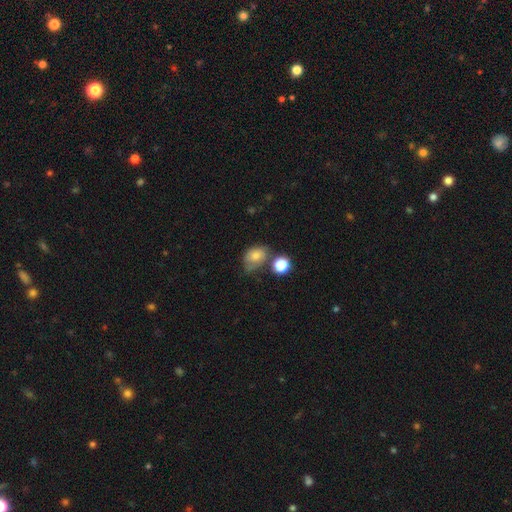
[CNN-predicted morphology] A smooth galaxy with no disk features (69%) that is in between round and cigar-shaped (62%). Merging: none (37%).